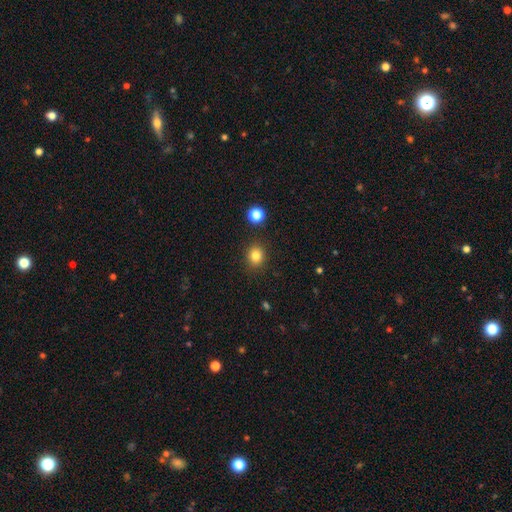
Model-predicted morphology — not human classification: This is clearly a smooth galaxy (83%). How rounded: likely round (72%). Merging: clearly none (88%).